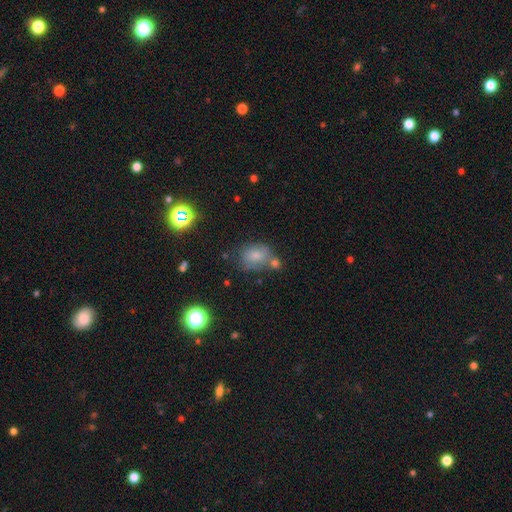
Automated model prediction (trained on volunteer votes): This is likely a smooth galaxy (68%). How rounded: possibly in between (57%). Merging: possibly none (51%).